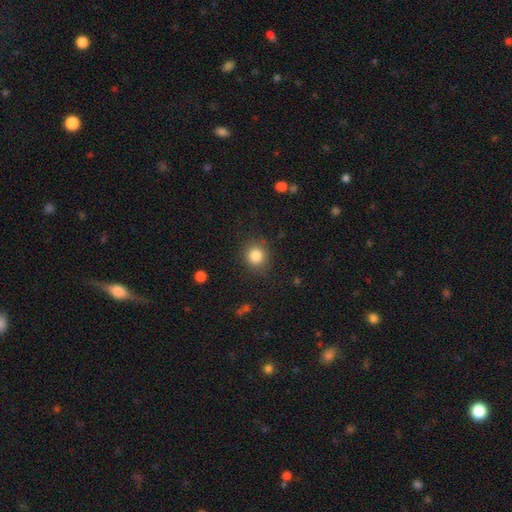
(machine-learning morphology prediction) A smooth galaxy with no disk features (84%) that is round (88%). Merging: none (87%).